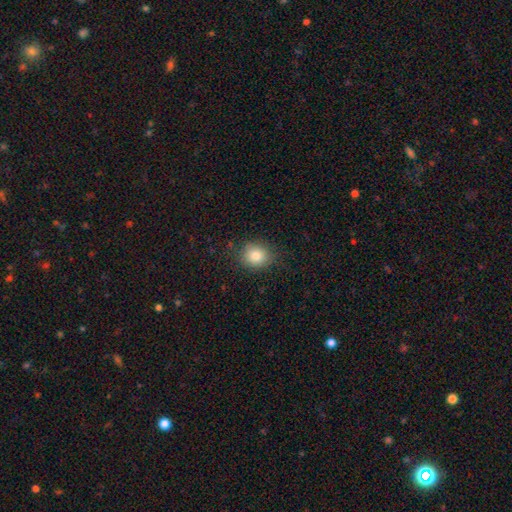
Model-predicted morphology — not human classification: Smooth or featured?
  - smooth: 83% *
  - star or artifact: 10%
  - featured or disk: 7%
How rounded?
  - round: 76% *
  - in between: 23%
  - cigar-shaped: 1%
Merging?
  - none: 84% *
  - minor disturbance: 11%
  - major disturbance: 3%
  - merger: 1%